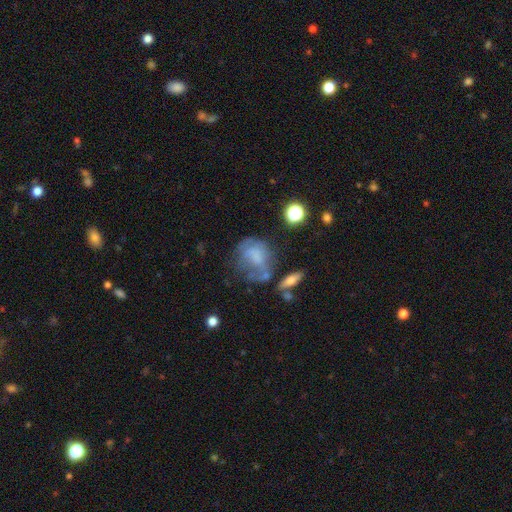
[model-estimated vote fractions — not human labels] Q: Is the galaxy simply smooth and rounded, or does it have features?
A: smooth — 44%.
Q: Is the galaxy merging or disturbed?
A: none — 39%.